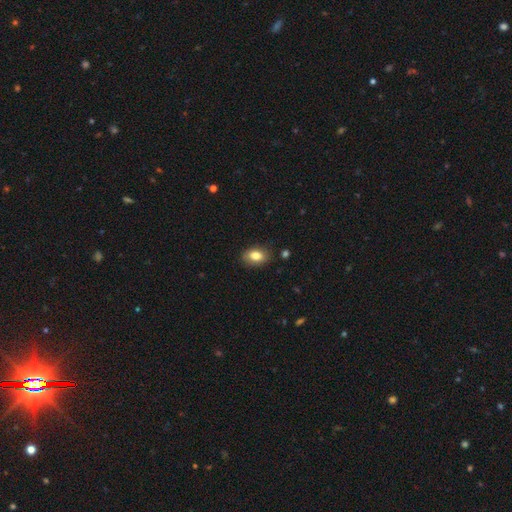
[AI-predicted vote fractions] This is clearly a smooth galaxy (83%). How rounded: clearly in between (86%). Merging: clearly none (85%).